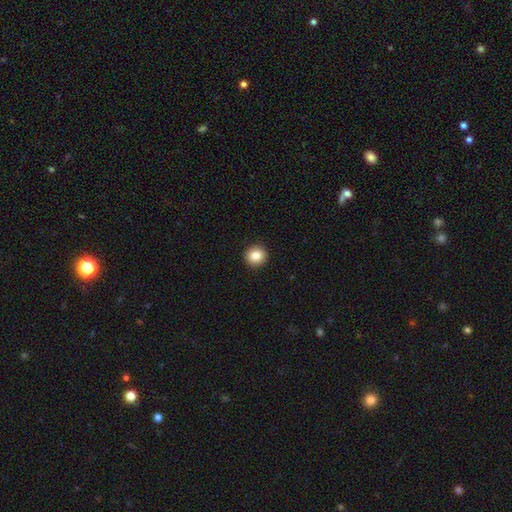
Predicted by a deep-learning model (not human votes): A smooth galaxy with no disk features (85%) that is round (92%).

Vote fractions:
- Smooth or featured? smooth: 85% / star or artifact: 9% / featured or disk: 5%
- How rounded? round: 92% / in between: 7% / cigar-shaped: 1%
- Merging? none: 93% / minor disturbance: 5% / major disturbance: 2% / merger: 1%